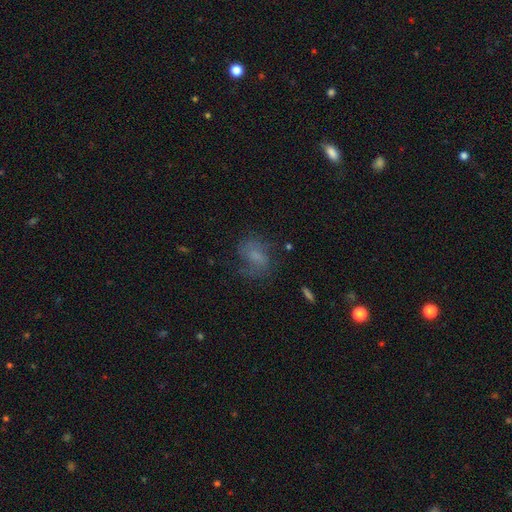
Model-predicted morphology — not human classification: Smooth or featured? smooth (47%)
Merging? none (57%)